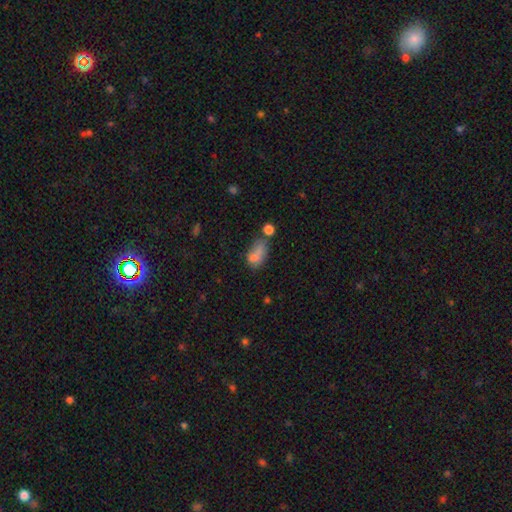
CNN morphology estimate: Q: Smooth or featured?
A: smooth (73%); runner-up: featured or disk (15%)
Q: How rounded?
A: in between (83%); runner-up: round (14%)
Q: Merging?
A: merger (32%); runner-up: none (28%)